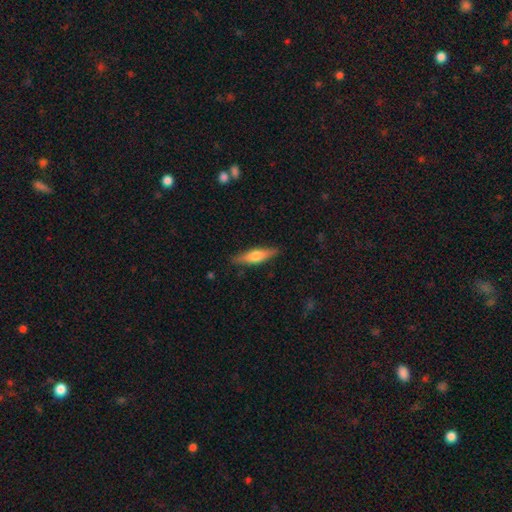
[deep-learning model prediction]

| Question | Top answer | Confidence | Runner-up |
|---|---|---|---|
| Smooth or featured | smooth | 52% | featured or disk (43%) |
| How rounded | cigar-shaped | 68% | in between (29%) |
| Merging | none | 87% | minor disturbance (10%) |